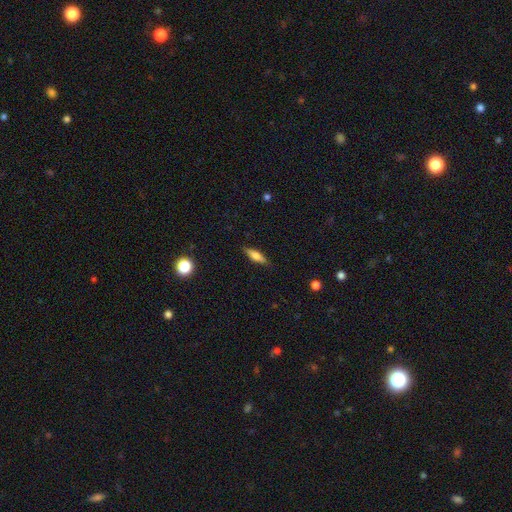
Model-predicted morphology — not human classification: smooth_or_featured: smooth (p=0.54) [alt: featured or disk p=0.38]
how_rounded: cigar-shaped (p=0.59) [alt: in between p=0.39]
merging: none (p=0.86) [alt: minor disturbance p=0.11]